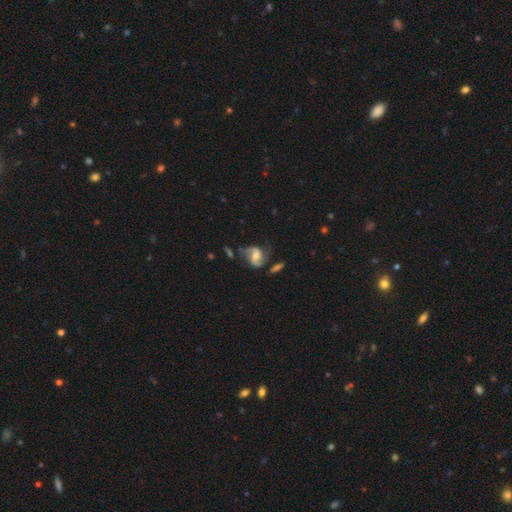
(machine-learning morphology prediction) type=featured or disk (76%); edge-on=no (97%); bar=weak (44%); spiral arms=yes (93%); winding=medium (48%); arm count=2 (86%); bulge=moderate (37%); merging=none (51%).